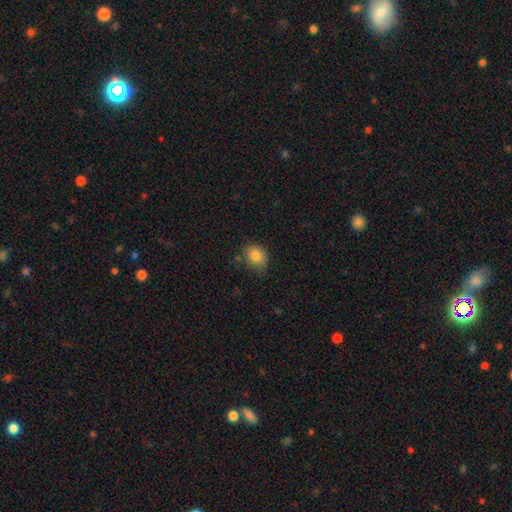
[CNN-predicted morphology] Q: Smooth or featured?
A: smooth (84%); runner-up: star or artifact (10%)
Q: How rounded?
A: round (50%); runner-up: in between (49%)
Q: Merging?
A: none (74%); runner-up: minor disturbance (20%)